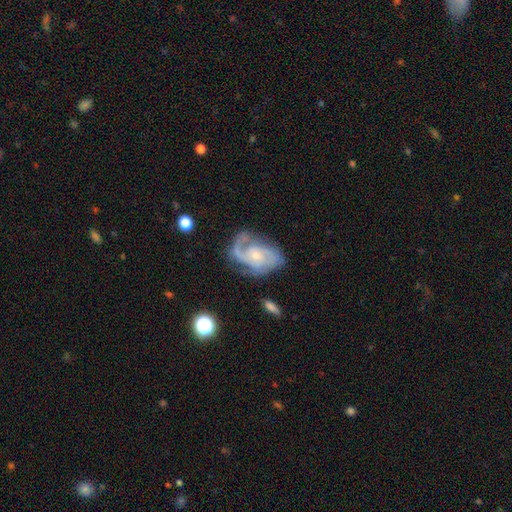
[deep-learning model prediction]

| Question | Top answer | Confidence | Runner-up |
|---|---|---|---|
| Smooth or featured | featured or disk | 86% | smooth (9%) |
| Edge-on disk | no | 97% | yes (3%) |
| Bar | no | 65% | weak (30%) |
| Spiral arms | yes | 95% | no (5%) |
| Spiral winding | medium | 47% | tight (35%) |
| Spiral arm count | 2 | 55% | can't tell (14%) |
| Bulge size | small | 64% | moderate (31%) |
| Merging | none | 57% | minor disturbance (23%) |